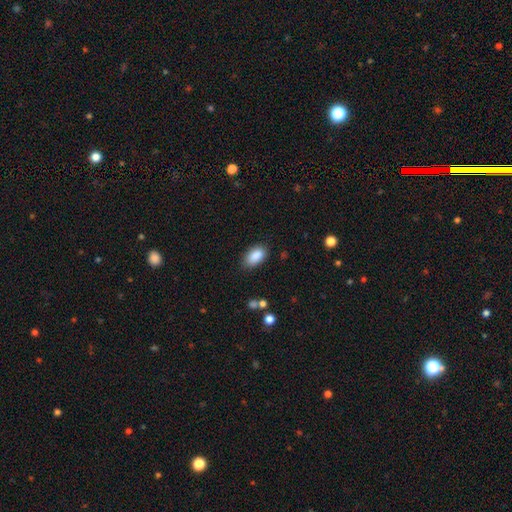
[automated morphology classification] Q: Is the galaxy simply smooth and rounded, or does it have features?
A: smooth — 88%.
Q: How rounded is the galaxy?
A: in between — 92%.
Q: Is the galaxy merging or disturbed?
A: none — 81%.